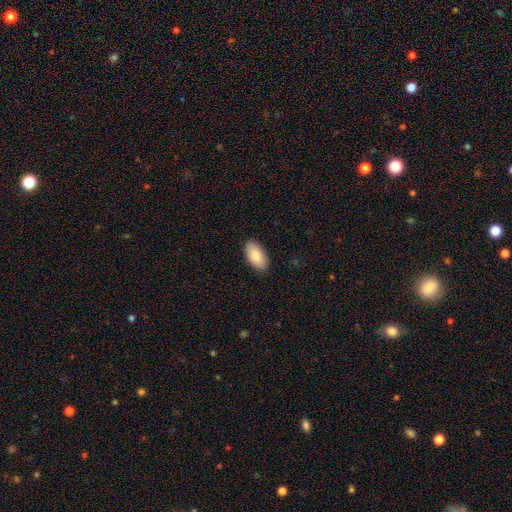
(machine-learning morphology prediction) type=smooth (87%); roundness=in between (94%); merging=none (89%).